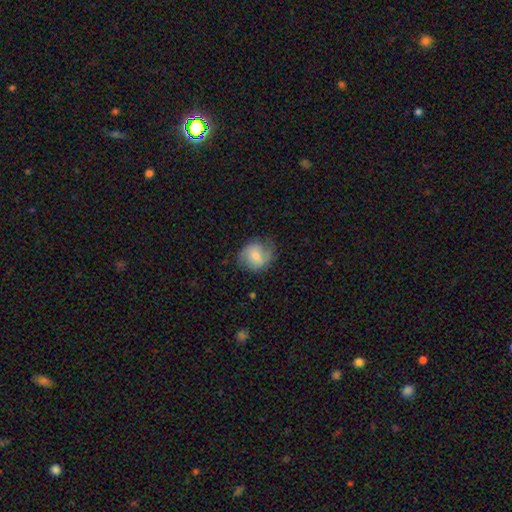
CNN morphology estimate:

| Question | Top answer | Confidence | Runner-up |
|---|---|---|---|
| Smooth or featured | smooth | 57% | featured or disk (35%) |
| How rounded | round | 71% | in between (28%) |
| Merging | none | 66% | minor disturbance (23%) |